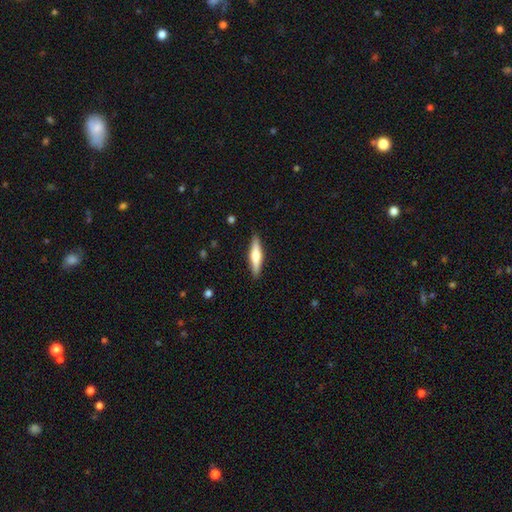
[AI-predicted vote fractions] Q: Smooth or featured?
A: featured or disk (50%); runner-up: smooth (45%)
Q: Edge-on disk?
A: yes (96%); runner-up: no (4%)
Q: Merging?
A: none (90%); runner-up: minor disturbance (7%)